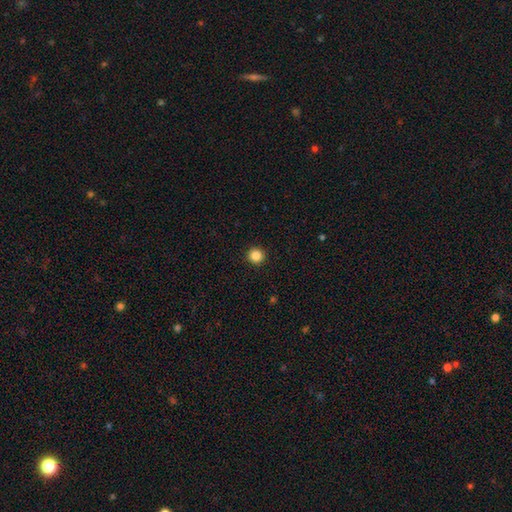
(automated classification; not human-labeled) Morphology: type=smooth (86%); roundness=round (95%); merging=none (93%).